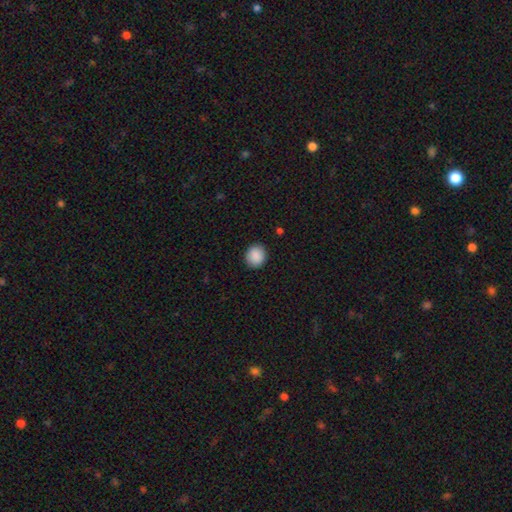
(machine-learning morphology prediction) Q: Smooth or featured?
A: smooth (90%); runner-up: star or artifact (8%)
Q: How rounded?
A: round (78%); runner-up: in between (21%)
Q: Merging?
A: none (90%); runner-up: minor disturbance (6%)